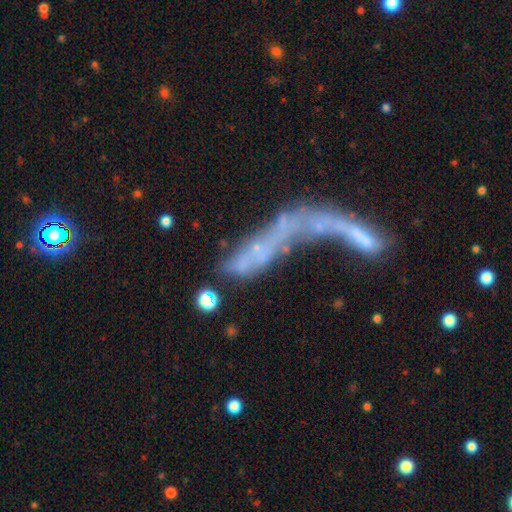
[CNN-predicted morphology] Smooth or featured? featured or disk (51%)
Edge-on disk? no (76%)
Merging? merger (56%)